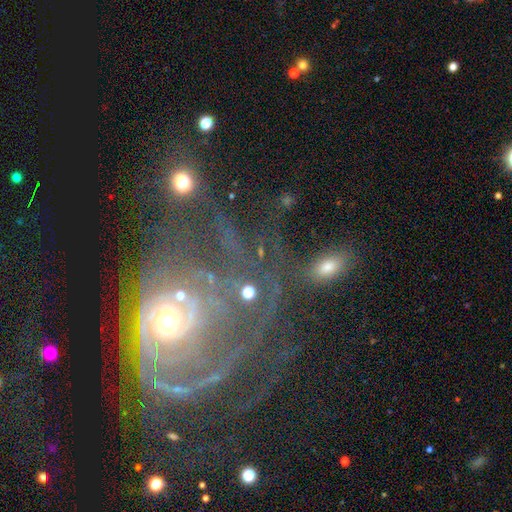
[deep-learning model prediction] The model was most divided on "merging": major disturbance: 38%, none: 33%, minor disturbance: 15%, merger: 13%. Remaining: edge-on disk — no (96%); smooth or featured — featured or disk (76%); spiral arms — yes (75%); bar — no (75%); spiral winding — tight (55%); bulge size — moderate (50%); spiral arm count — can't tell (42%).